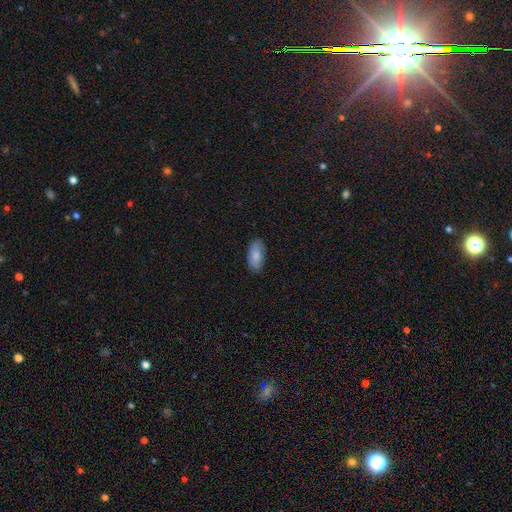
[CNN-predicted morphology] A smooth galaxy with no disk features (86%) that is in between round and cigar-shaped (92%). Merging: none (85%).